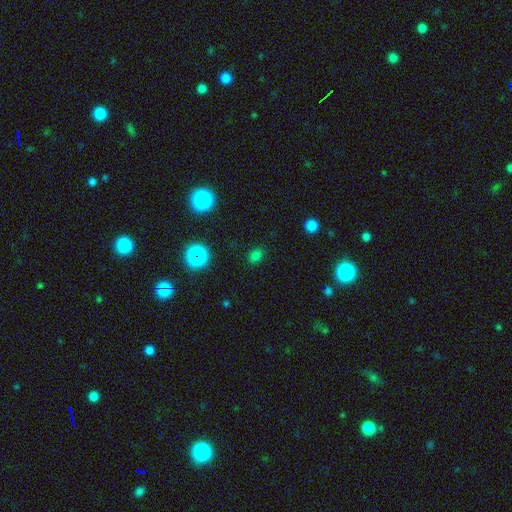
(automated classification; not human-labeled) smooth-or-featured: smooth: 70% | star or artifact: 25% | featured or disk: 5%
  how-rounded: round: 52% | in between: 46% | cigar-shaped: 1%
  merging: none: 85% | minor disturbance: 10% | major disturbance: 3% | merger: 2%